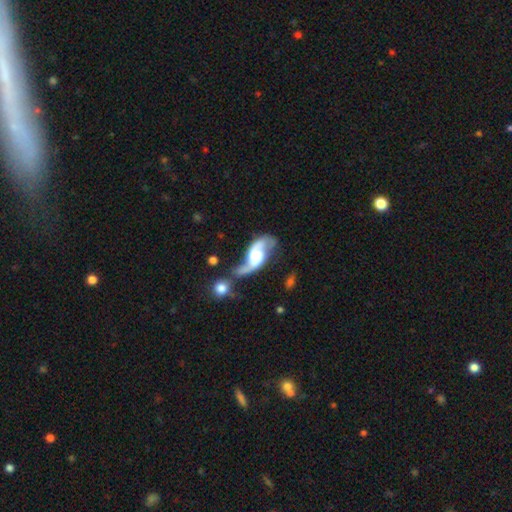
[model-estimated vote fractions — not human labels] This appears to be a featured or disk galaxy (80%) with no bar (52%), 2 (90%) loose (67%) spiral arms (93%) and a large central bulge (30%). Merging: merger (33%).